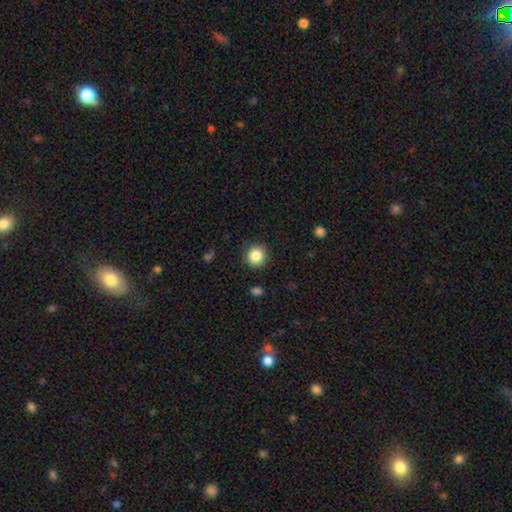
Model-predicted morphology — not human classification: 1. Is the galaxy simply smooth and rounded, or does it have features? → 84% smooth, 10% star or artifact, 6% featured or disk.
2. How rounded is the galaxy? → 93% round, 6% in between, 1% cigar-shaped.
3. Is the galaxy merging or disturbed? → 88% none, 8% minor disturbance, 2% major disturbance, 1% merger.